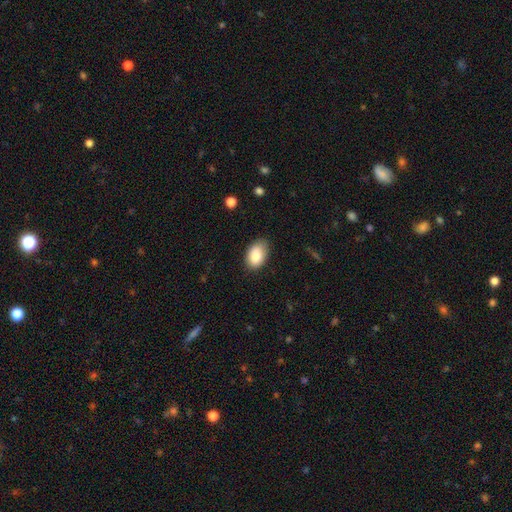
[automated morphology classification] type=smooth (84%); roundness=in between (90%); merging=none (78%).